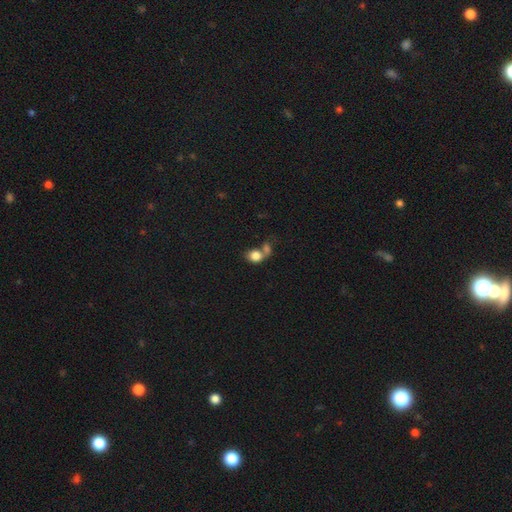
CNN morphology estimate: smooth-or-featured: smooth: 81% | featured or disk: 10% | star or artifact: 9%
  how-rounded: round: 53% | in between: 46% | cigar-shaped: 1%
  merging: merger: 52% | none: 31% | minor disturbance: 10% | major disturbance: 7%